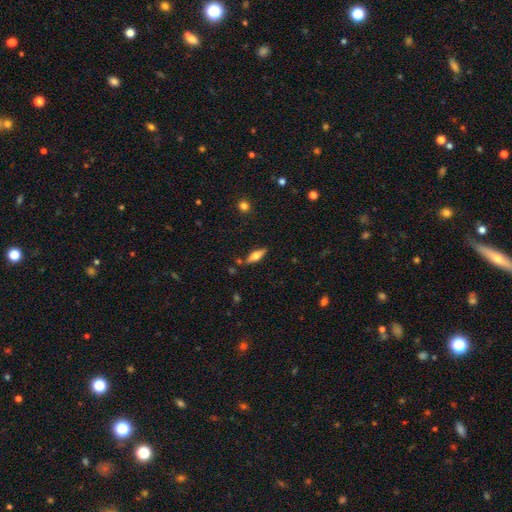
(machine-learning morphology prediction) Smooth or featured: smooth — 49% (featured or disk — 44%)
Merging: none — 82% (minor disturbance — 11%)